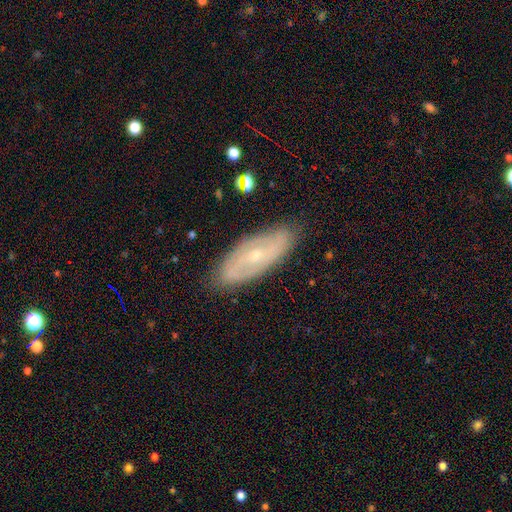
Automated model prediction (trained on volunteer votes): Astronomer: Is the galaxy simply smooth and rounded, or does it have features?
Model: featured or disk — 68%.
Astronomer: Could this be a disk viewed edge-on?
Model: no — 85%.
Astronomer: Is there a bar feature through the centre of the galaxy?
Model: no — 54% (runner-up: weak, 35%).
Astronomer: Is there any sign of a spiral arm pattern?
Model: yes — 70%.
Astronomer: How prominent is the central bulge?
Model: small — 65%.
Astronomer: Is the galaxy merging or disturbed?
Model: none — 82%.